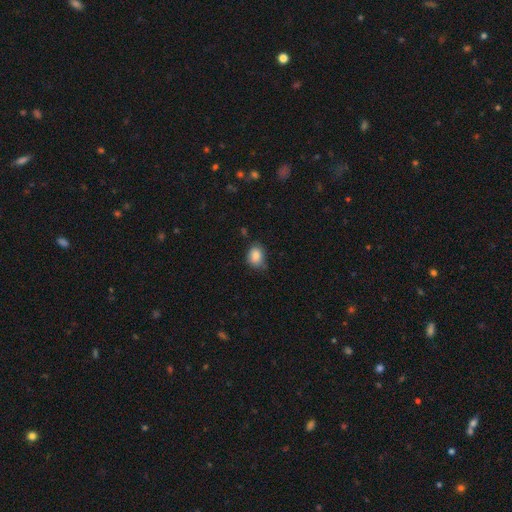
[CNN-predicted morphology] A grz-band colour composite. It shows a smooth galaxy with no disk features (85%) that is in between round and cigar-shaped (63%). Merging: none (63%).